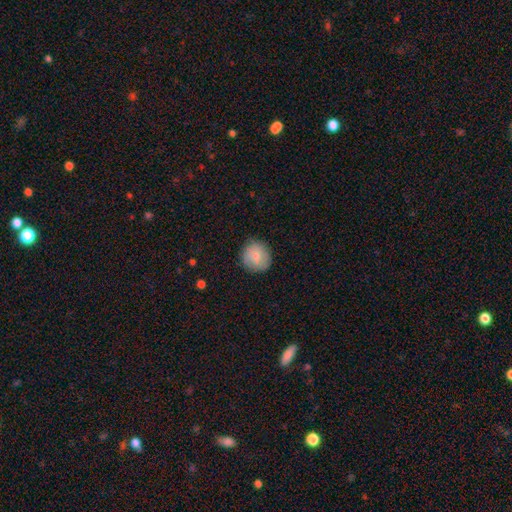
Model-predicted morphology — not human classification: A smooth galaxy with no disk features (80%) that is round (91%).

Vote fractions:
- Smooth or featured? smooth: 80% / featured or disk: 13% / star or artifact: 7%
- How rounded? round: 91% / in between: 8% / cigar-shaped: 1%
- Merging? none: 84% / minor disturbance: 12% / major disturbance: 3% / merger: 1%